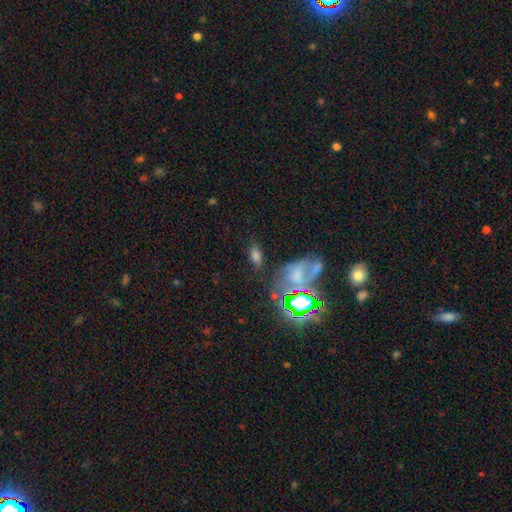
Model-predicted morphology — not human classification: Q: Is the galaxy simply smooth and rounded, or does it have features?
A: smooth — 61%.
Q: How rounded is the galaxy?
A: in between — 85%.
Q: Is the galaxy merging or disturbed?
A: none — 65%.